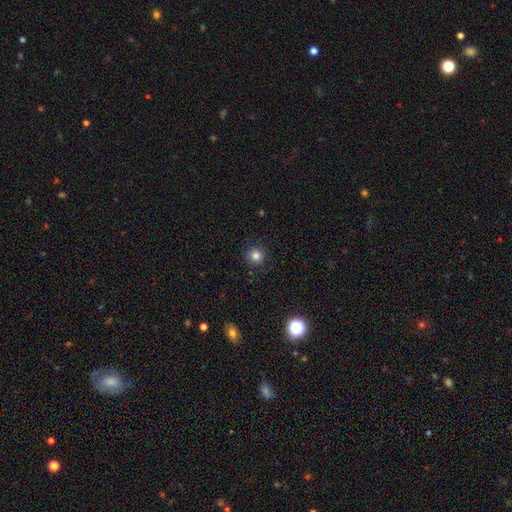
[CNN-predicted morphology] Smooth or featured: smooth — 81% (star or artifact — 13%)
How rounded: round — 94% (in between — 5%)
Merging: none — 90% (minor disturbance — 6%)